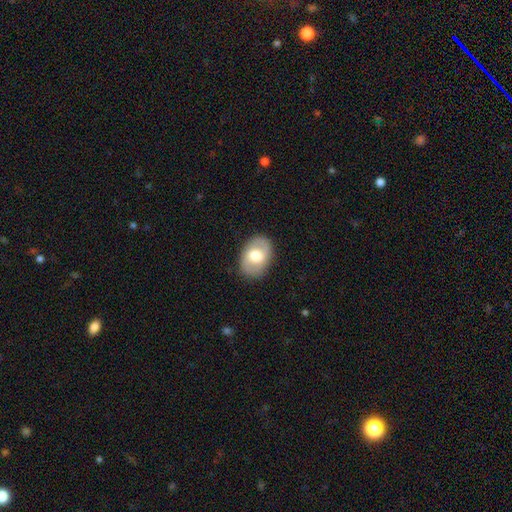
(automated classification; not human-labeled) Overall: featured or disk (50%; smooth 44%). Merging: none (86%).